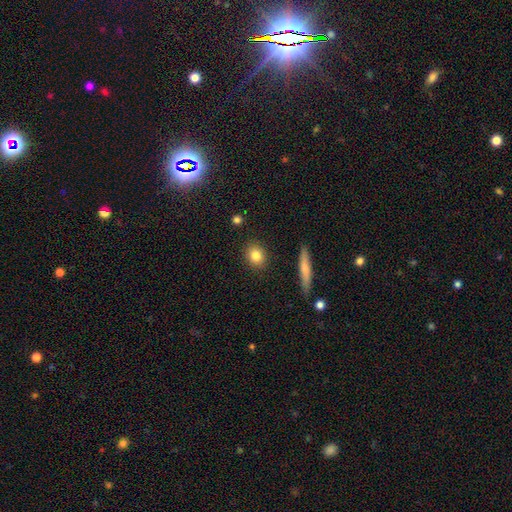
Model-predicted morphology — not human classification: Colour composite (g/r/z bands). It shows a smooth galaxy with no disk features (82%) that is round (61%). Merging: none (89%).